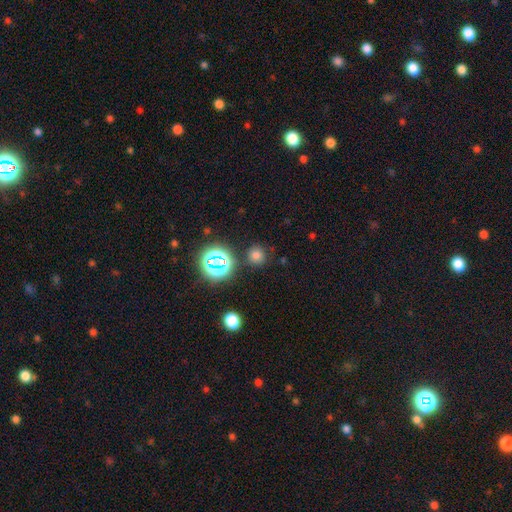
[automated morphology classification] A smooth galaxy with no disk features (67%) that is round (90%).

Vote fractions:
- Smooth or featured? smooth: 67% / star or artifact: 26% / featured or disk: 7%
- How rounded? round: 90% / in between: 9% / cigar-shaped: 1%
- Merging? none: 83% / minor disturbance: 10% / merger: 4% / major disturbance: 4%